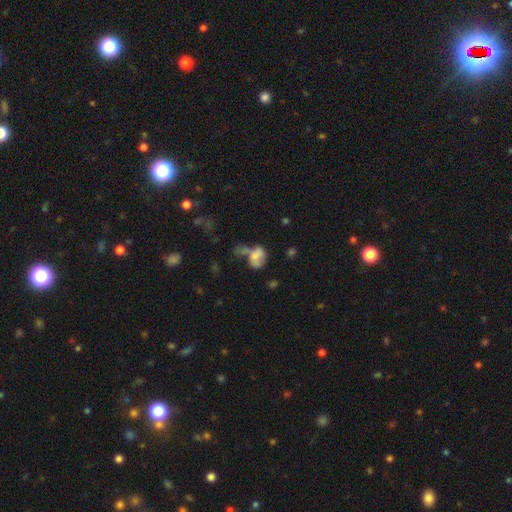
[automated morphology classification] smooth_or_featured: smooth (p=0.57) [alt: featured or disk p=0.31]
how_rounded: in between (p=0.74) [alt: round p=0.24]
merging: merger (p=0.37) [alt: major disturbance p=0.25]